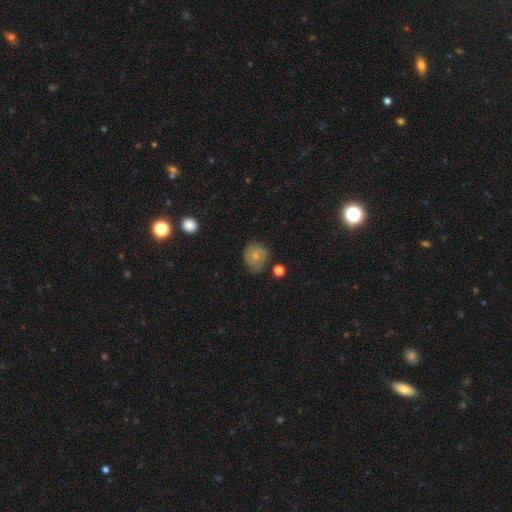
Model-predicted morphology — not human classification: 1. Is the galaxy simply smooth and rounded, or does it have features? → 65% smooth, 25% featured or disk, 10% star or artifact.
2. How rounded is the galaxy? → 79% round, 20% in between, 1% cigar-shaped.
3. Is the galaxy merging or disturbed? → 63% none, 26% minor disturbance, 8% major disturbance, 3% merger.